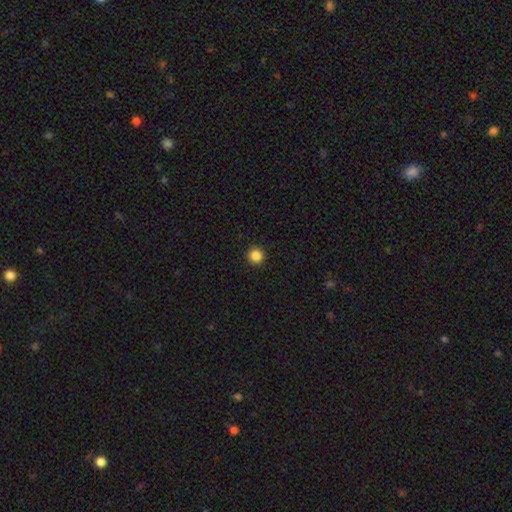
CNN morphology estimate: Smooth or featured? smooth (86%)
How rounded? round (94%)
Merging? none (93%)